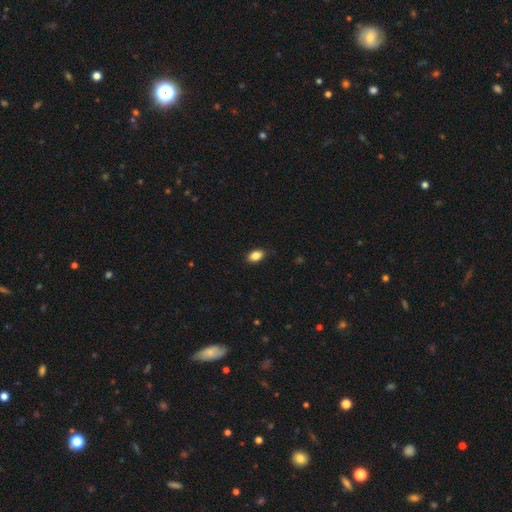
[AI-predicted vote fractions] The model was most divided on "how rounded": in between: 85%, round: 13%, cigar-shaped: 2%. More confident: merging — none (86%); smooth or featured — smooth (86%).